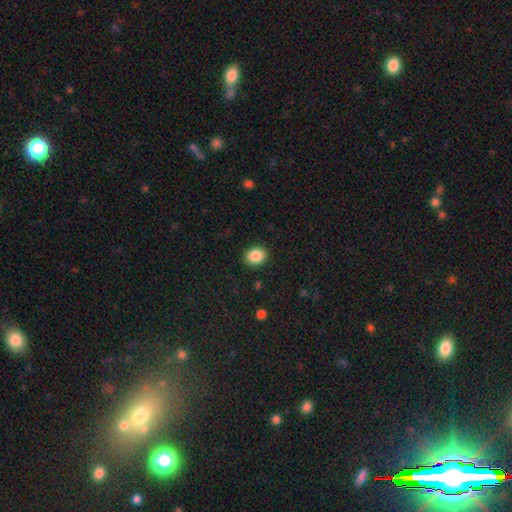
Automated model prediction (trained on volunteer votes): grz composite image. It shows a smooth galaxy with no disk features (87%) that is round (51%). Merging: none (90%).